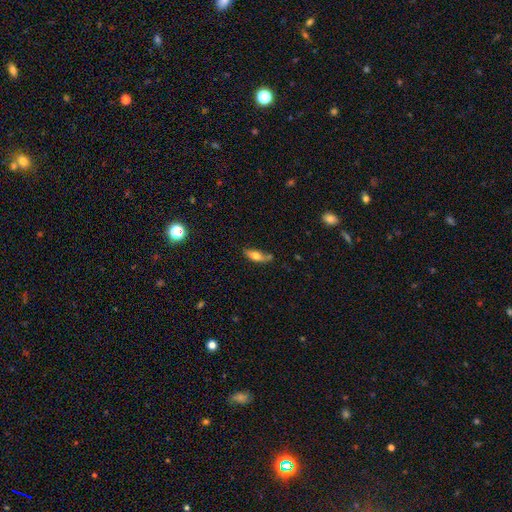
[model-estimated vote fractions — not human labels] Smooth or featured? Predicted: smooth (p=0.68). How rounded? Predicted: in between (p=0.66). Merging? Predicted: none (p=0.61).